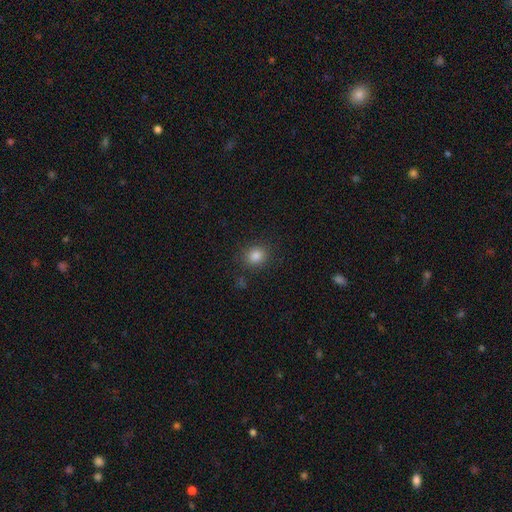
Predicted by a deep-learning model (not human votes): Overall: smooth (83%). How rounded: round (70%). Merging: none (86%).